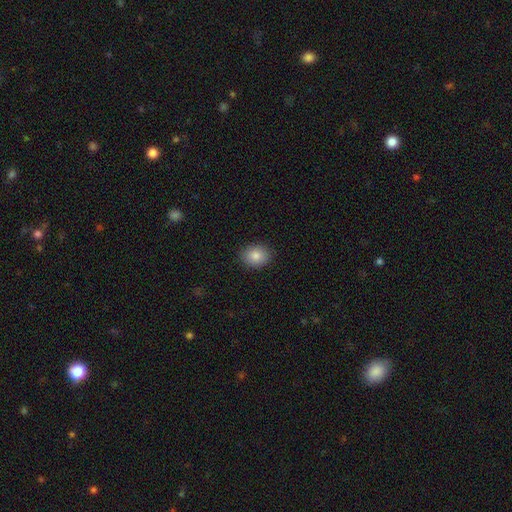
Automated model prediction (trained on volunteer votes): Smooth or featured? smooth (85%)
How rounded? round (61%)
Merging? none (90%)